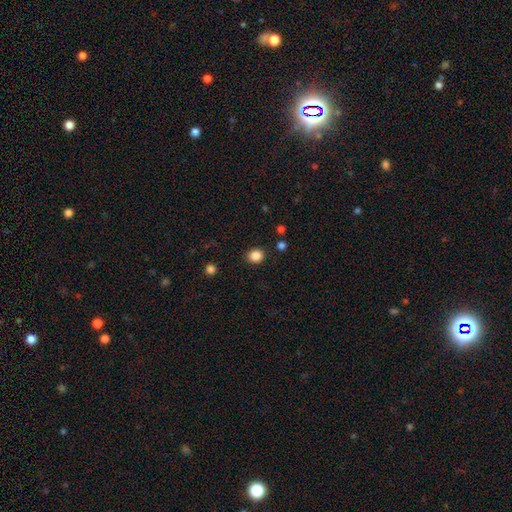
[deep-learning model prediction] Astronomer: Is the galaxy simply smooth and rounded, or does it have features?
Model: smooth — 86%.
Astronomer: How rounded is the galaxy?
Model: round — 77%.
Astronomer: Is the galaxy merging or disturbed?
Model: none — 89%.